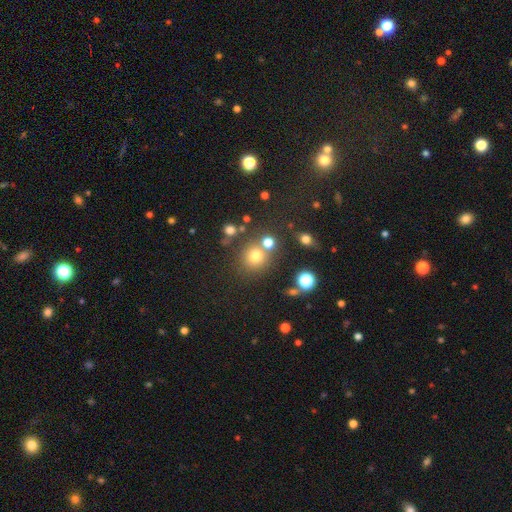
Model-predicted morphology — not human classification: Smooth or featured? Predicted: smooth (p=0.73). How rounded? Predicted: round (p=0.87). Merging? Predicted: none (p=0.70).